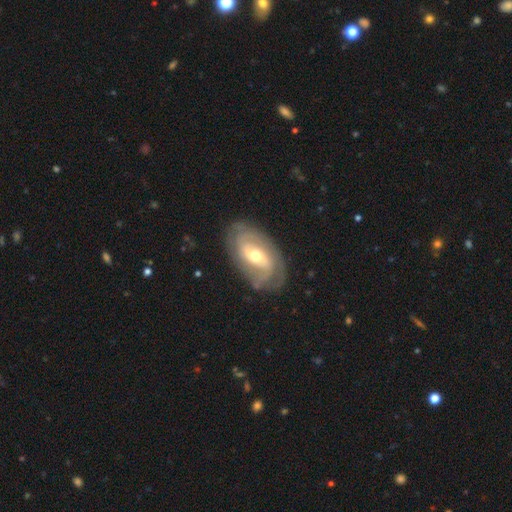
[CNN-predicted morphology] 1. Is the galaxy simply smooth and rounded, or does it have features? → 81% featured or disk, 13% smooth, 6% star or artifact.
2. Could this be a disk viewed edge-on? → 94% no, 6% yes.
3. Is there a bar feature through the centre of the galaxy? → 44% weak, 33% no, 23% strong.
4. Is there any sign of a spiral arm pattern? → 91% yes, 9% no.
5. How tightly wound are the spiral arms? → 55% tight, 32% medium, 13% loose.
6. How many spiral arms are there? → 42% 2, 31% can't tell, 14% 3, 5% 4, 5% 1, 4% more than 4.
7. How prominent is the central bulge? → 63% moderate, 32% small, 4% large, 1% dominant, 1% none.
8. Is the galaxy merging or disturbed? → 78% none, 16% minor disturbance, 5% major disturbance, 1% merger.